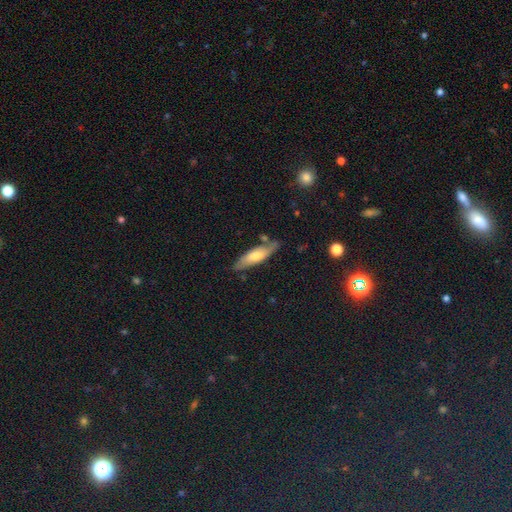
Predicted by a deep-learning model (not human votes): This is possibly a smooth galaxy (57%). How rounded: possibly cigar-shaped (59%). Merging: likely none (75%).